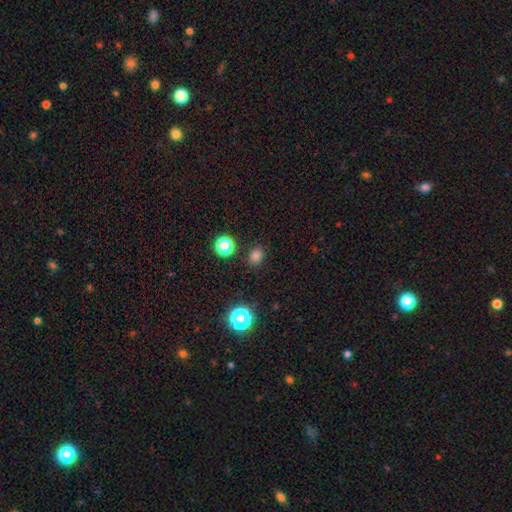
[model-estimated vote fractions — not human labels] This is likely a smooth galaxy (77%). How rounded: possibly round (54%). Merging: clearly none (86%).